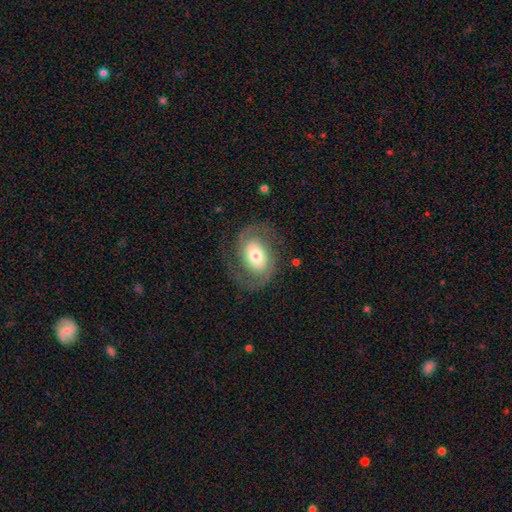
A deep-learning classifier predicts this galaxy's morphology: Smooth or featured?
  - featured or disk: 76% *
  - smooth: 18%
  - star or artifact: 6%
Edge-on disk?
  - no: 97% *
  - yes: 3%
Bar?
  - no: 65% *
  - weak: 25%
  - strong: 10%
Spiral arms?
  - yes: 89% *
  - no: 11%
Spiral winding?
  - medium: 47% *
  - tight: 32%
  - loose: 21%
Spiral arm count?
  - 2: 88% *
  - can't tell: 6%
  - 1: 3%
  - 3: 1%
  - 4: 1%
  - more than 4: 1%
Bulge size?
  - moderate: 59% *
  - small: 21%
  - large: 15%
  - dominant: 3%
  - none: 1%
Merging?
  - none: 73% *
  - minor disturbance: 14%
  - major disturbance: 12%
  - merger: 1%